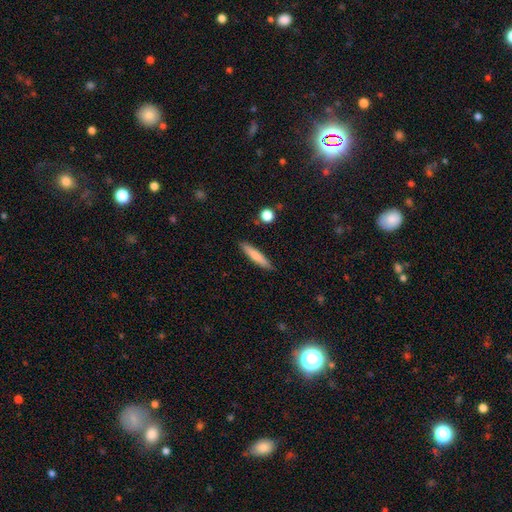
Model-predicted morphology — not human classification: smooth-or-featured: smooth: 75% | featured or disk: 19% | star or artifact: 6%
  how-rounded: cigar-shaped: 89% | in between: 10% | round: 1%
  merging: none: 89% | minor disturbance: 8% | major disturbance: 2% | merger: 2%